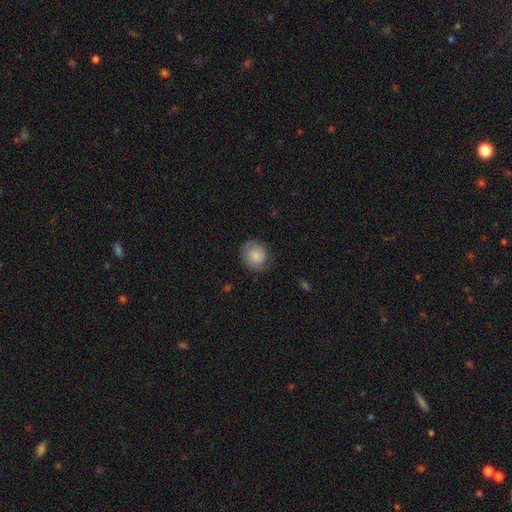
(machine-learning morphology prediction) A smooth galaxy with no disk features (77%) that is round (75%).

Vote fractions:
- Smooth or featured? smooth: 77% / featured or disk: 15% / star or artifact: 7%
- How rounded? round: 75% / in between: 25% / cigar-shaped: 1%
- Merging? none: 76% / minor disturbance: 19% / major disturbance: 5% / merger: 1%